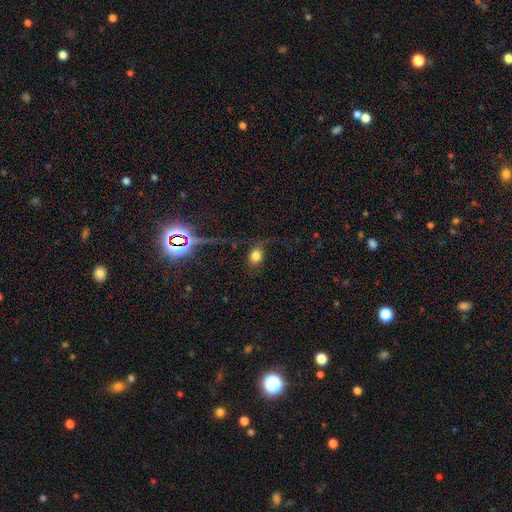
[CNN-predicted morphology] Smooth or featured? Predicted: smooth (p=0.64). How rounded? Predicted: round (p=0.60). Merging? Predicted: none (p=0.51).